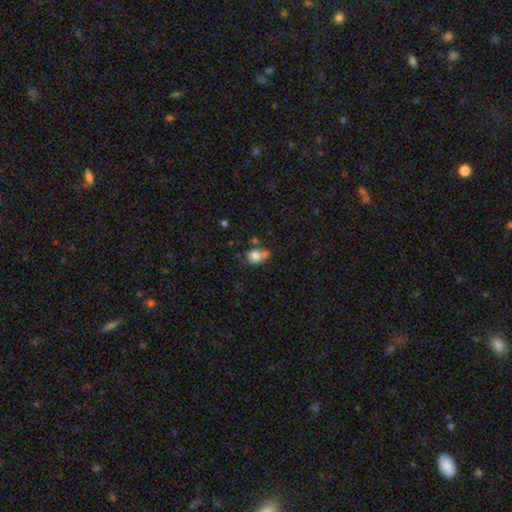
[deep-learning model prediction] The model was most divided on "merging": none: 44%, merger: 32%, minor disturbance: 17%, major disturbance: 7%. More confident: smooth or featured — smooth (80%); how rounded — round (66%).